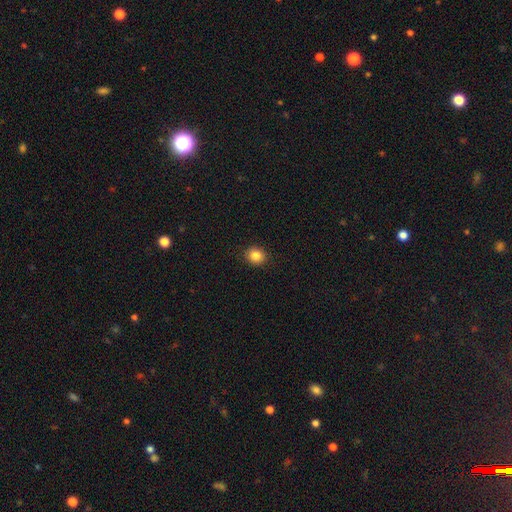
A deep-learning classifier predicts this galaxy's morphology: A smooth galaxy with no disk features (85%) that is round (80%).

Vote fractions:
- Smooth or featured? smooth: 85% / star or artifact: 11% / featured or disk: 5%
- How rounded? round: 80% / in between: 19% / cigar-shaped: 1%
- Merging? none: 91% / minor disturbance: 7% / major disturbance: 2% / merger: 1%